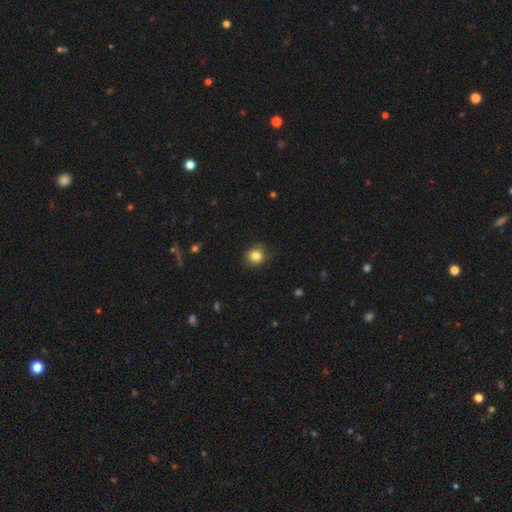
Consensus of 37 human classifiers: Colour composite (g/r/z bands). It shows a smooth galaxy with no disk features (84%) that is round (84%). Merging: none (83%).